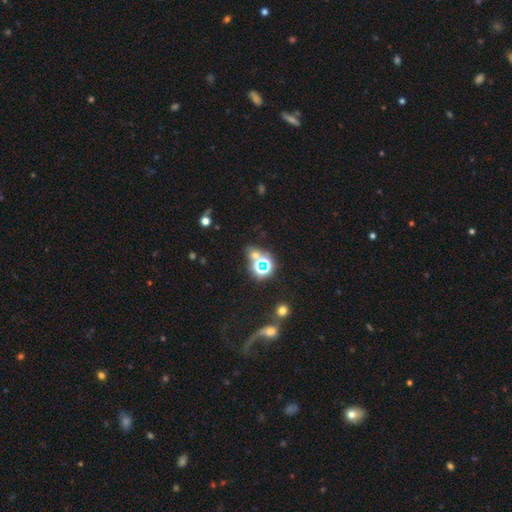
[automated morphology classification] smooth-or-featured: star or artifact: 56% | smooth: 34% | featured or disk: 10%